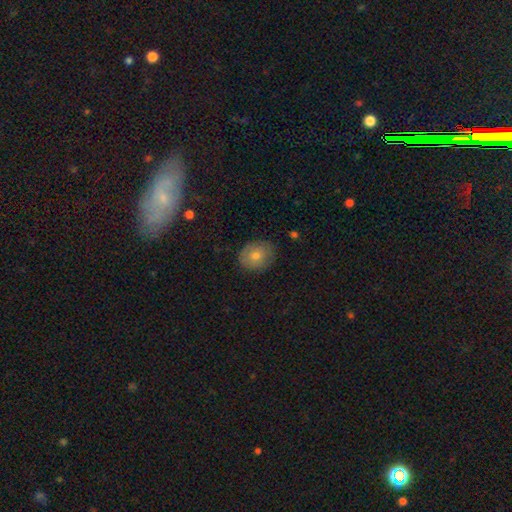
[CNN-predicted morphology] A smooth galaxy with no disk features (67%) that is round (64%). Merging: none (83%).